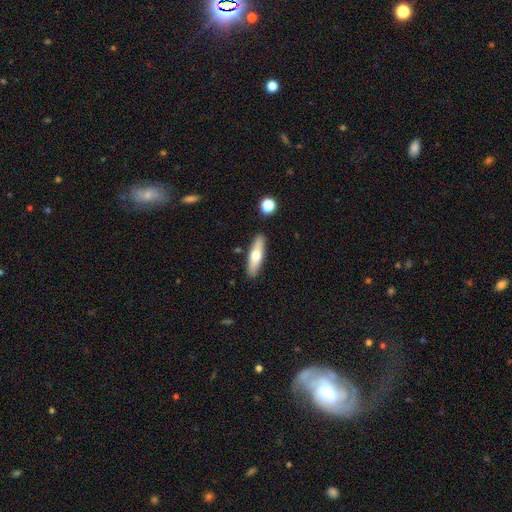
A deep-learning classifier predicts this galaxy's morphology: type=smooth (56%); roundness=cigar-shaped (62%); merging=none (87%).